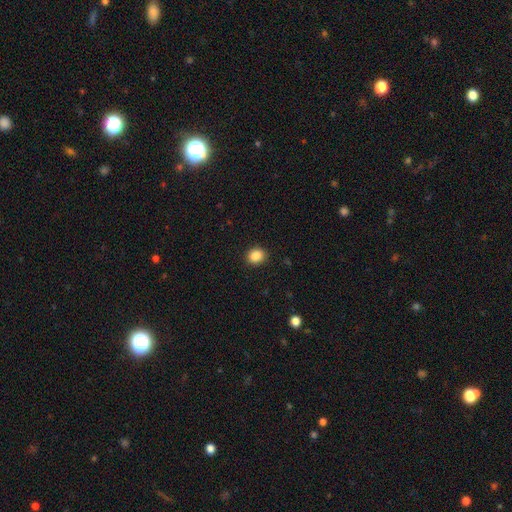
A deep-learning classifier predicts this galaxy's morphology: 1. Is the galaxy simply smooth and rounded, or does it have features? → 88% smooth, 9% star or artifact, 3% featured or disk.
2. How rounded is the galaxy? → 61% round, 38% in between, 1% cigar-shaped.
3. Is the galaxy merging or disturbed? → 89% none, 8% minor disturbance, 2% major disturbance, 1% merger.